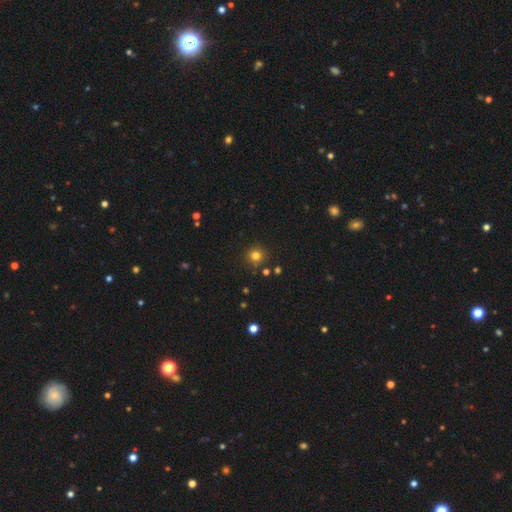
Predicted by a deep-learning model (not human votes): Smooth or featured? Predicted: smooth (p=0.78). How rounded? Predicted: round (p=0.93). Merging? Predicted: none (p=0.87).